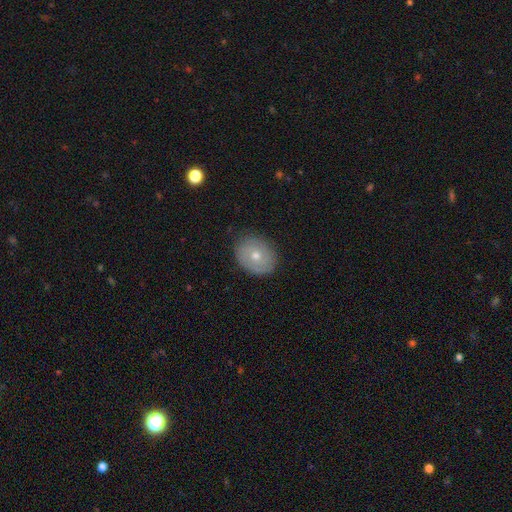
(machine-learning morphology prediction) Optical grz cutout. It shows a smooth galaxy with no disk features (48%). Merging: none (85%).